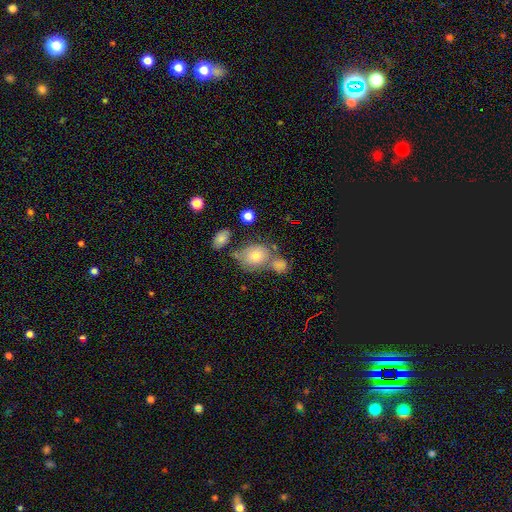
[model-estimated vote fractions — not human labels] smooth-or-featured: smooth: 68% | featured or disk: 21% | star or artifact: 12%
  how-rounded: round: 53% | in between: 46% | cigar-shaped: 1%
  merging: none: 49% | merger: 28% | minor disturbance: 16% | major disturbance: 7%